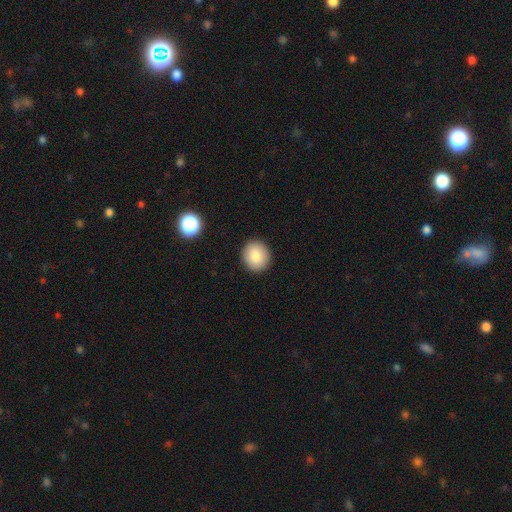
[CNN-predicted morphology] This appears to be a smooth galaxy with no disk features (84%) that is round (84%). Merging: none (92%).